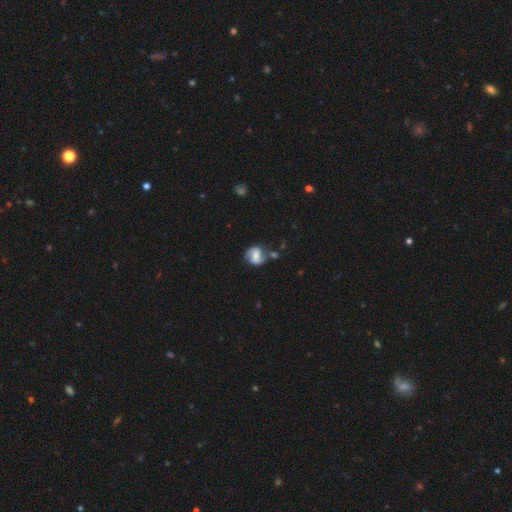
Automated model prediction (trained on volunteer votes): featured or disk 73%, smooth 19%, star or artifact 7%. Down the decision tree: edge-on disk — no (98%); bar — weak (44%); spiral arms — yes (92%); spiral arm count — 2 (88%); spiral winding — medium (46%); bulge size — moderate (36%); merging — none (62%).